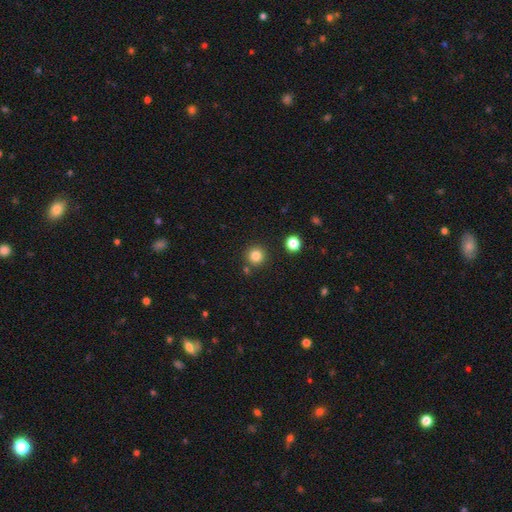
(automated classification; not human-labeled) A smooth galaxy with no disk features (84%) that is round (95%).

Vote fractions:
- Smooth or featured? smooth: 84% / star or artifact: 12% / featured or disk: 4%
- How rounded? round: 95% / in between: 4% / cigar-shaped: 1%
- Merging? none: 87% / minor disturbance: 6% / merger: 5% / major disturbance: 2%